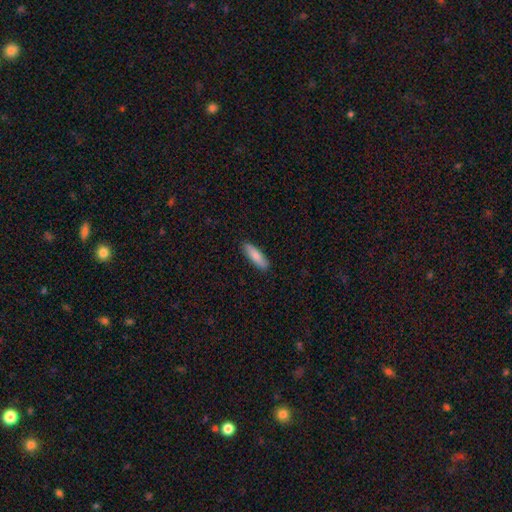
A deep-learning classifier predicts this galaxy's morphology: This is clearly a smooth galaxy (84%). How rounded: possibly cigar-shaped (57%). Merging: clearly none (88%).